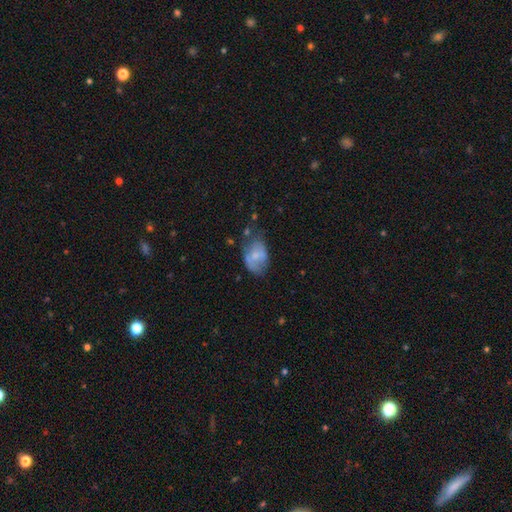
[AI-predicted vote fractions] This is possibly a smooth galaxy (55%). How rounded: clearly in between (84%). Merging: marginally none (39%).